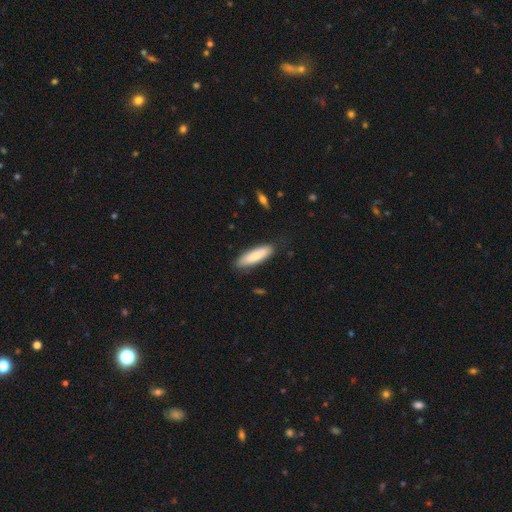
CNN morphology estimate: Smooth or featured? Predicted: smooth (p=0.80). How rounded? Predicted: cigar-shaped (p=0.55). Merging? Predicted: none (p=0.82).